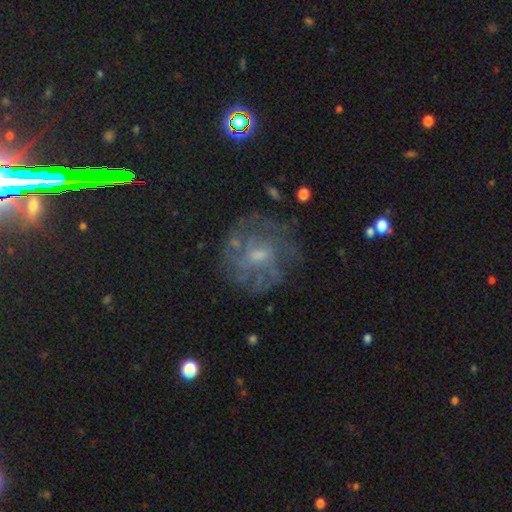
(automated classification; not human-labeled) The model was most divided on "bulge size": small: 49%, moderate: 37%, none: 10%, large: 2%, dominant: 1%. More confident: edge-on disk — no (97%); merging — none (70%); spiral arms — yes (67%); smooth or featured — featured or disk (64%); bar — no (60%).